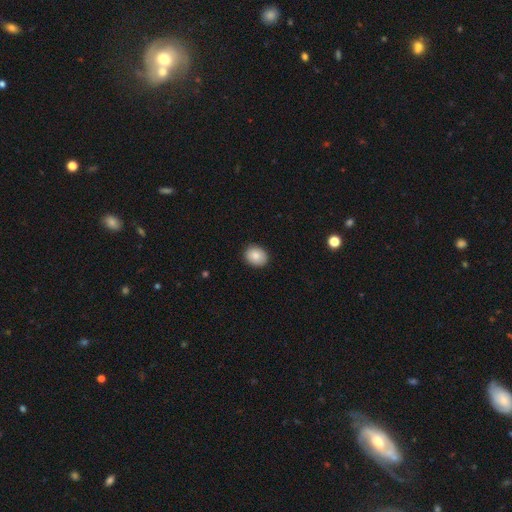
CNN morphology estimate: type=smooth (85%); roundness=round (54%); merging=none (89%).